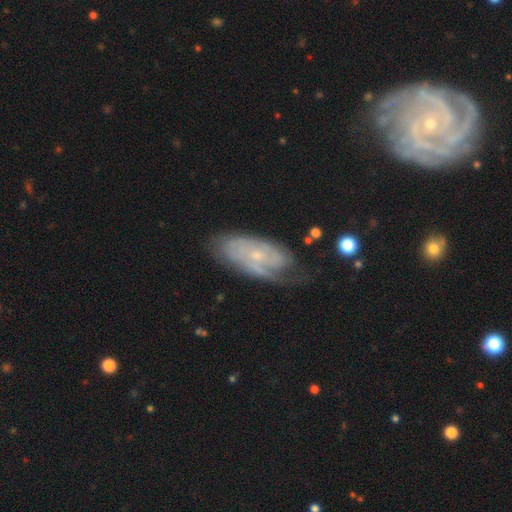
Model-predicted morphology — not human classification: Smooth or featured: featured or disk — 76% (smooth — 17%)
Edge-on disk: no — 92% (yes — 8%)
Bar: no — 73% (weak — 23%)
Spiral arms: yes — 89% (no — 11%)
Spiral winding: tight — 63% (medium — 28%)
Spiral arm count: can't tell — 46% (2 — 29%)
Bulge size: small — 77% (moderate — 19%)
Merging: none — 62% (minor disturbance — 25%)